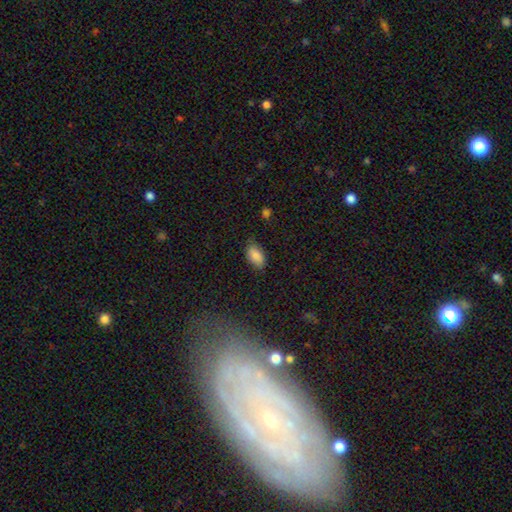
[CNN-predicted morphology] This appears to be a smooth galaxy with no disk features (85%) that is in between round and cigar-shaped (93%). Merging: none (78%).